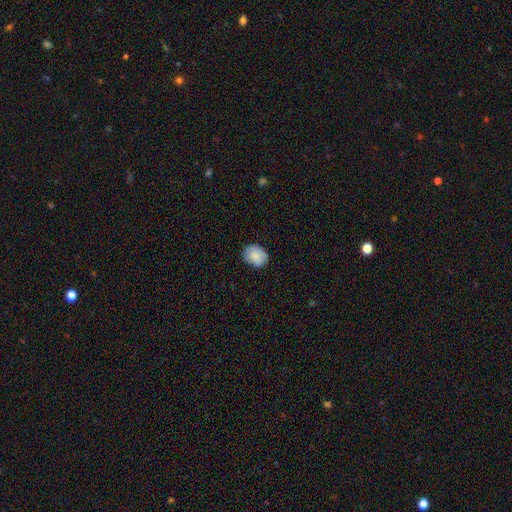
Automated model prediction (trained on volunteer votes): A smooth galaxy with no disk features (78%) that is round (55%). Merging: none (74%).